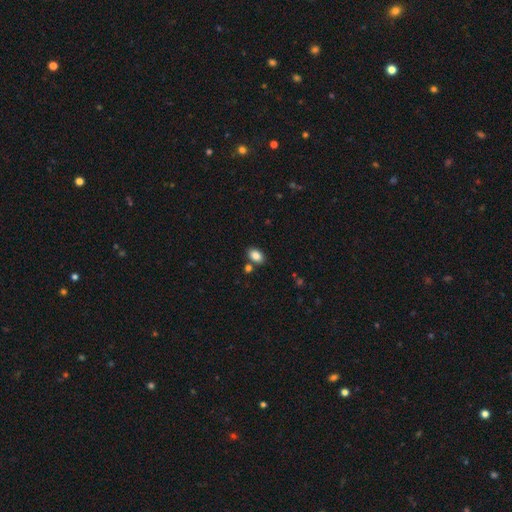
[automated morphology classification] smooth_or_featured: smooth (p=0.86) [alt: star or artifact p=0.09]
how_rounded: in between (p=0.86) [alt: round p=0.13]
merging: none (p=0.76) [alt: merger p=0.11]